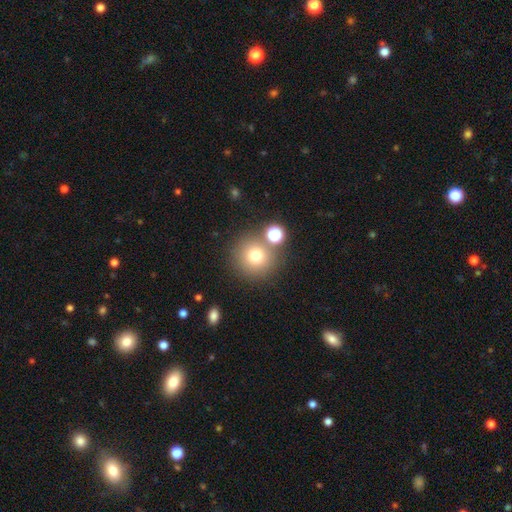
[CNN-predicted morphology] The model was most divided on "smooth or featured": smooth: 73%, star or artifact: 15%, featured or disk: 11%. More confident: how rounded — round (94%); merging — none (76%).